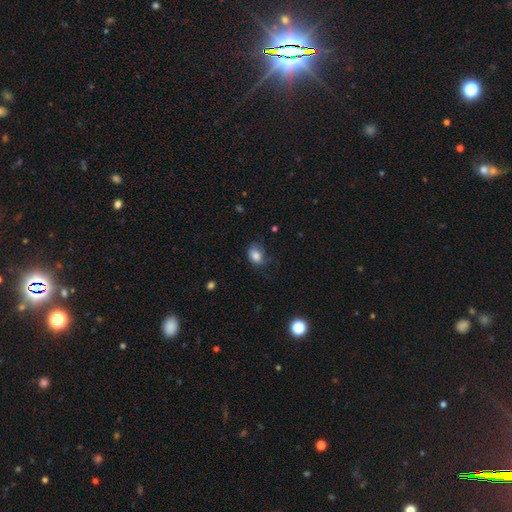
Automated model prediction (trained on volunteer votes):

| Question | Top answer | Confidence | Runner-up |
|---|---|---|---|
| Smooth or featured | smooth | 79% | featured or disk (12%) |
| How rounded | in between | 62% | round (37%) |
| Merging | none | 48% | minor disturbance (33%) |